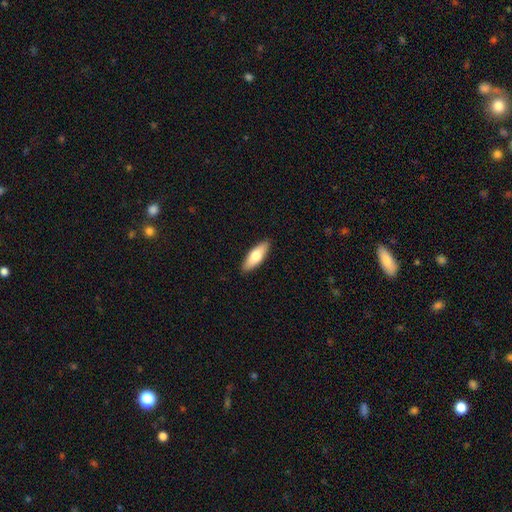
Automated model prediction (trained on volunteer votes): Smooth or featured: smooth — 70% (featured or disk — 24%)
How rounded: in between — 63% (cigar-shaped — 35%)
Merging: none — 90% (minor disturbance — 8%)